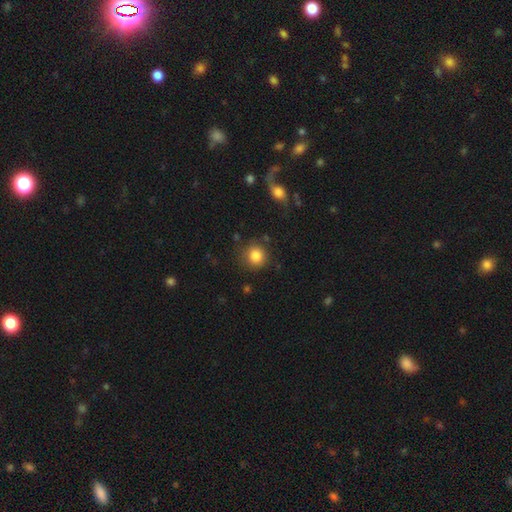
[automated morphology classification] This is clearly a smooth galaxy (84%). How rounded: clearly round (91%). Merging: clearly none (83%).